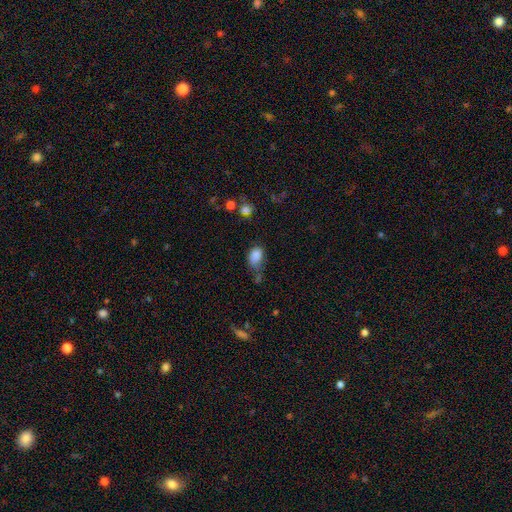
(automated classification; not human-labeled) This appears to be a smooth galaxy with no disk features (84%) that is in between round and cigar-shaped (76%). Merging: none (41%).